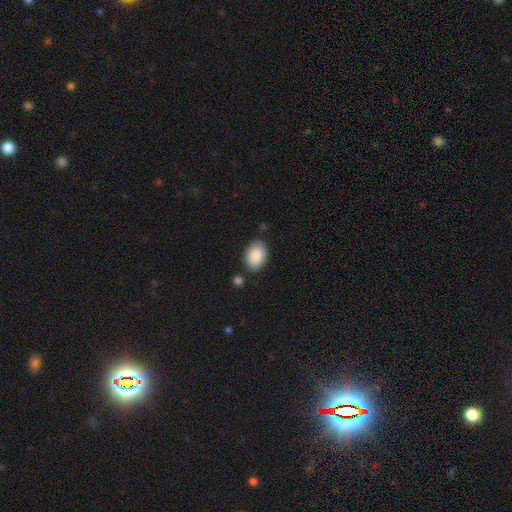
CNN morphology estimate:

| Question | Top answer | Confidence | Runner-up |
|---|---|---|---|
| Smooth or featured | smooth | 88% | star or artifact (6%) |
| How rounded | in between | 87% | round (12%) |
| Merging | none | 80% | minor disturbance (13%) |